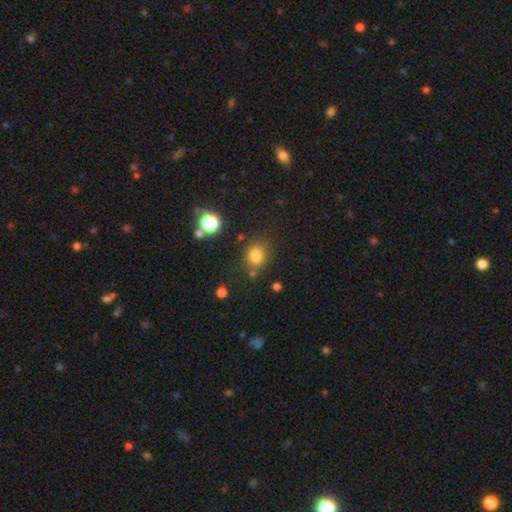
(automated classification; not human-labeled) smooth_or_featured: smooth (p=0.80) [alt: star or artifact p=0.14]
how_rounded: round (p=0.63) [alt: in between p=0.36]
merging: none (p=0.75) [alt: minor disturbance p=0.14]